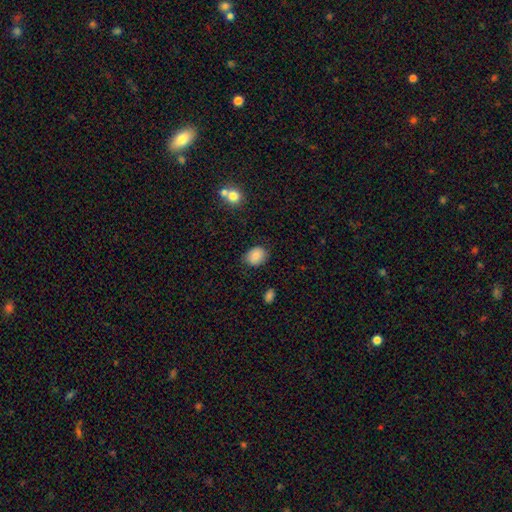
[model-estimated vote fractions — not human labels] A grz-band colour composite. It shows a smooth galaxy with no disk features (86%) that is in between round and cigar-shaped (50%). Merging: none (83%).